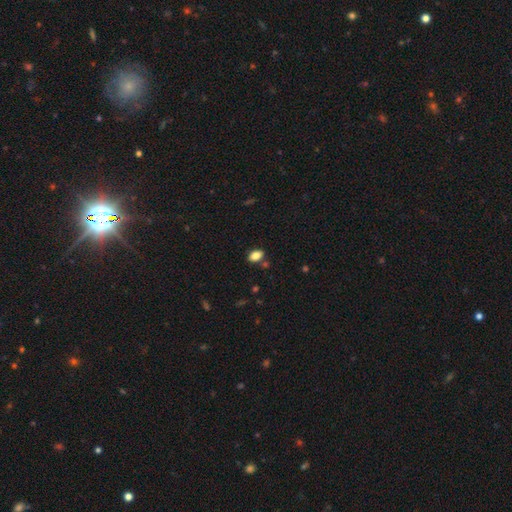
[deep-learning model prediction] This is clearly a smooth galaxy (84%). How rounded: clearly in between (88%). Merging: likely none (80%).